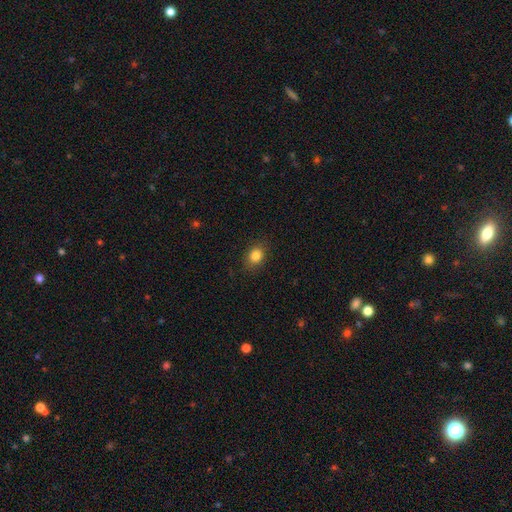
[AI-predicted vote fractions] Smooth or featured: smooth — 84% (star or artifact — 10%)
How rounded: in between — 50% (round — 49%)
Merging: none — 86% (minor disturbance — 10%)